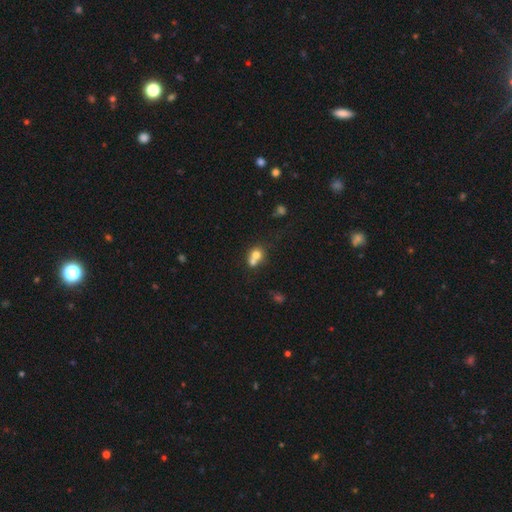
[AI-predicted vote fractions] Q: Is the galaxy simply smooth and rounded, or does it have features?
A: smooth — 71%.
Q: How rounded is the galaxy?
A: round — 72%.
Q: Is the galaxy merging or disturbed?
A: merger — 61%.